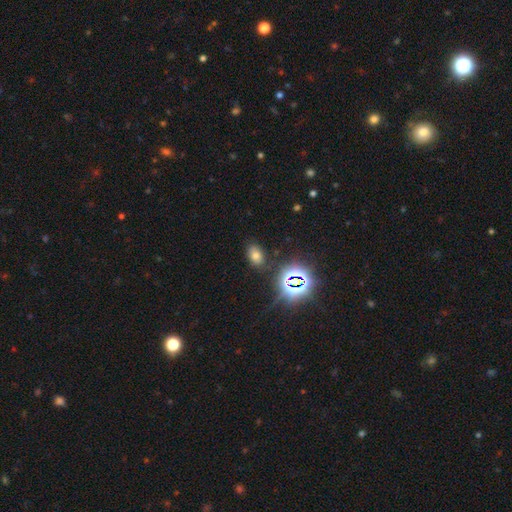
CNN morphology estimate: A smooth galaxy with no disk features (60%) that is in between round and cigar-shaped (83%).

Vote fractions:
- Smooth or featured? smooth: 60% / star or artifact: 29% / featured or disk: 11%
- How rounded? in between: 83% / round: 15% / cigar-shaped: 1%
- Merging? none: 83% / minor disturbance: 11% / major disturbance: 3% / merger: 3%